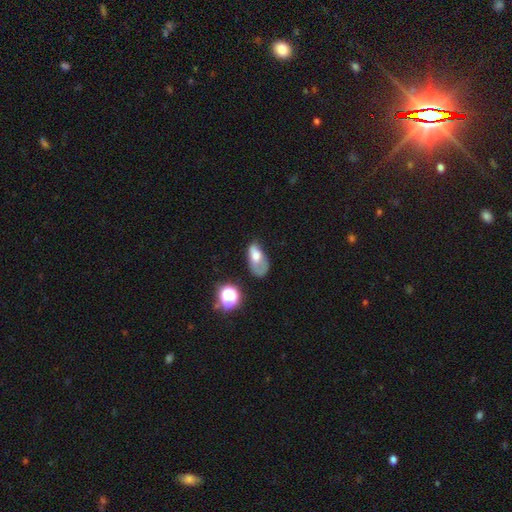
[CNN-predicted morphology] Overall: smooth (58%; featured or disk 31%). How rounded: in between (87%). Merging: major disturbance (38%; minor disturbance 29%).